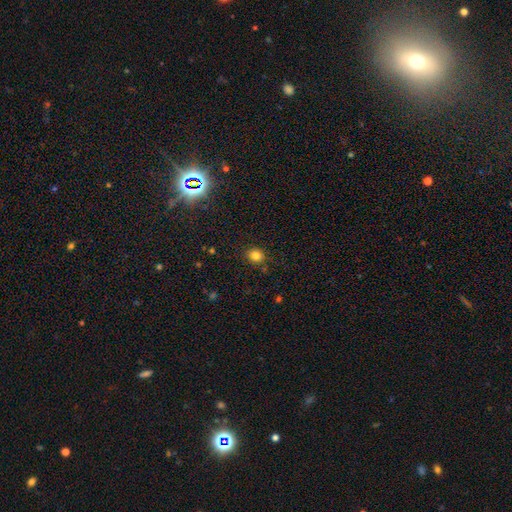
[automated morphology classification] smooth 82%, star or artifact 13%, featured or disk 5%. Down the decision tree: how rounded — round (76%); merging — none (86%).